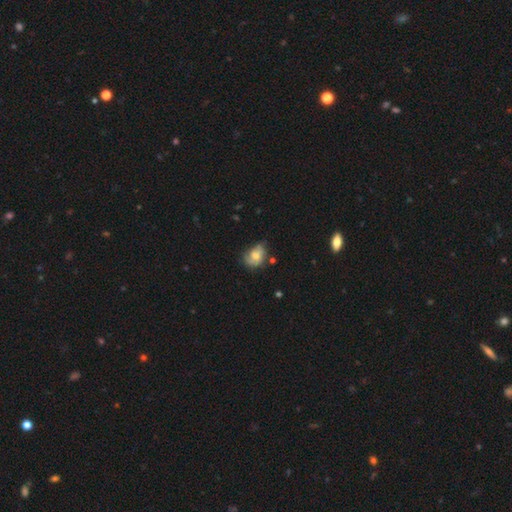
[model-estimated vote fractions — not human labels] featured or disk 46%, smooth 45%, star or artifact 9%. Down the decision tree: merging — none (45%).